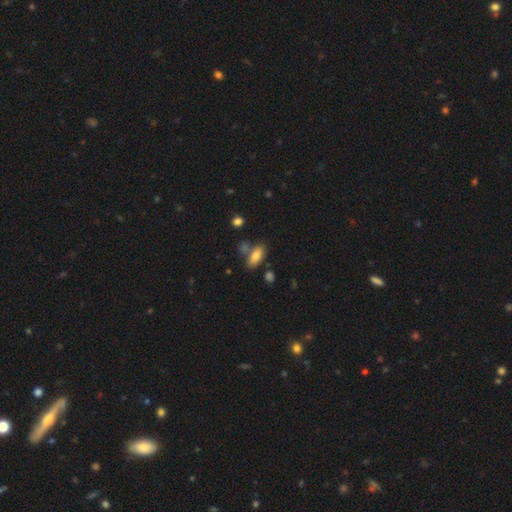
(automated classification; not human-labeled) smooth_or_featured: smooth (p=0.81) [alt: featured or disk p=0.11]
how_rounded: in between (p=0.84) [alt: cigar-shaped p=0.12]
merging: none (p=0.68) [alt: minor disturbance p=0.14]